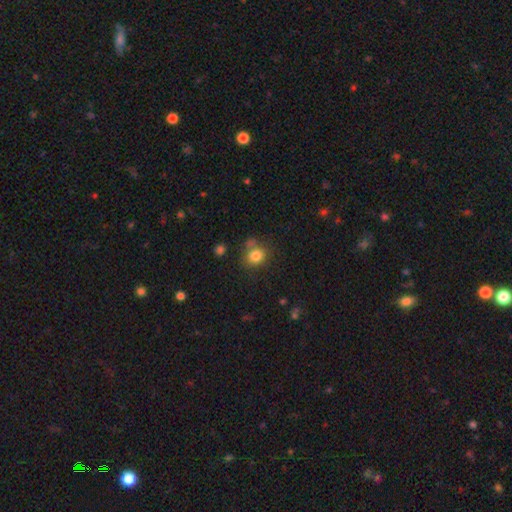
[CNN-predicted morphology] Overall: smooth (81%). How rounded: round (70%). Merging: none (65%).